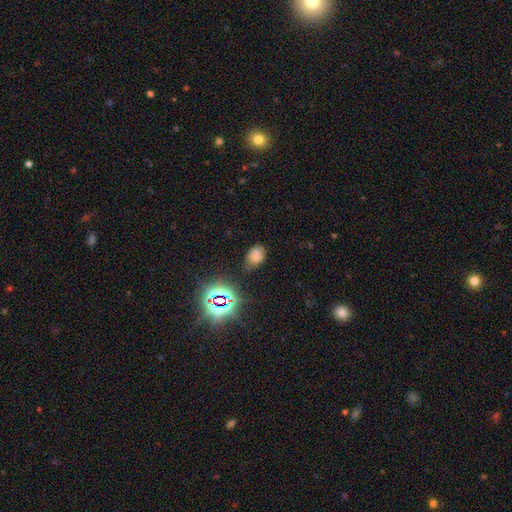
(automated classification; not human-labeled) Smooth or featured? Predicted: smooth (p=0.63). How rounded? Predicted: in between (p=0.77). Merging? Predicted: none (p=0.65).